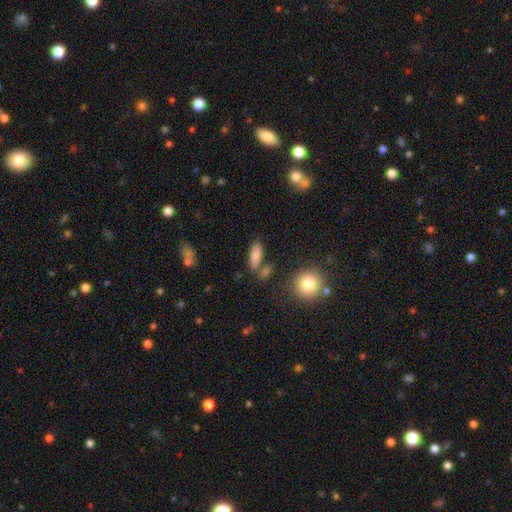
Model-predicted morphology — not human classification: type=smooth (81%); roundness=in between (66%); merging=none (68%).